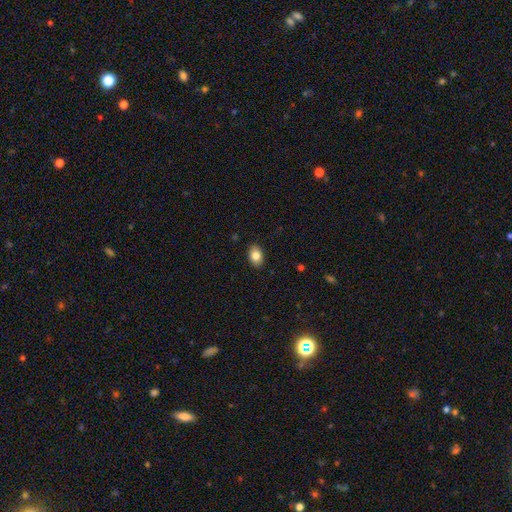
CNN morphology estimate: Smooth or featured: smooth — 84% (featured or disk — 8%)
How rounded: in between — 84% (round — 15%)
Merging: none — 89% (minor disturbance — 8%)